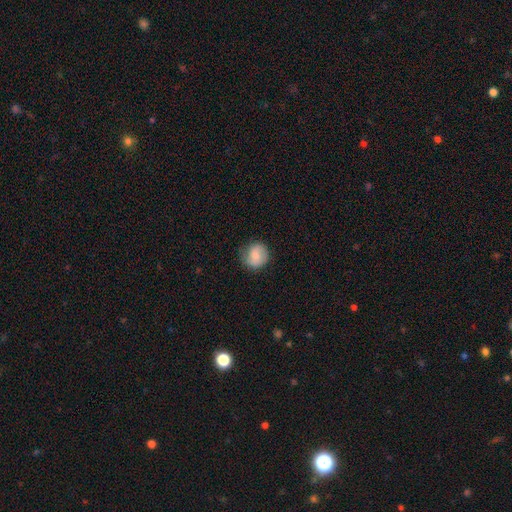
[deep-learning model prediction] A smooth galaxy with no disk features (72%) that is round (86%).

Vote fractions:
- Smooth or featured? smooth: 72% / featured or disk: 21% / star or artifact: 7%
- How rounded? round: 86% / in between: 13% / cigar-shaped: 1%
- Merging? none: 77% / minor disturbance: 18% / major disturbance: 5% / merger: 1%